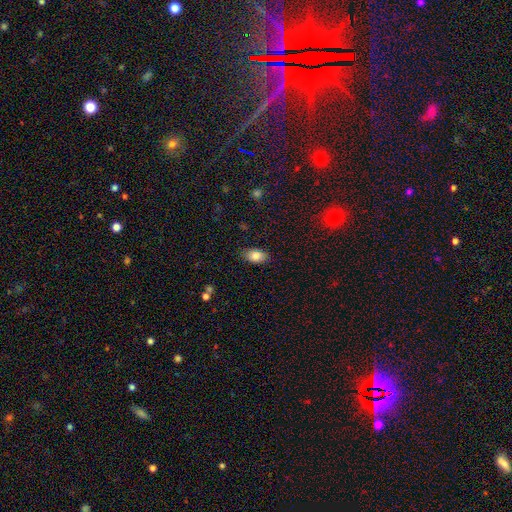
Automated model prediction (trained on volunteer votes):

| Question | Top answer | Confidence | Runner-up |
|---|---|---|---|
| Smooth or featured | smooth | 82% | featured or disk (10%) |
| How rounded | in between | 91% | round (7%) |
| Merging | none | 84% | minor disturbance (13%) |